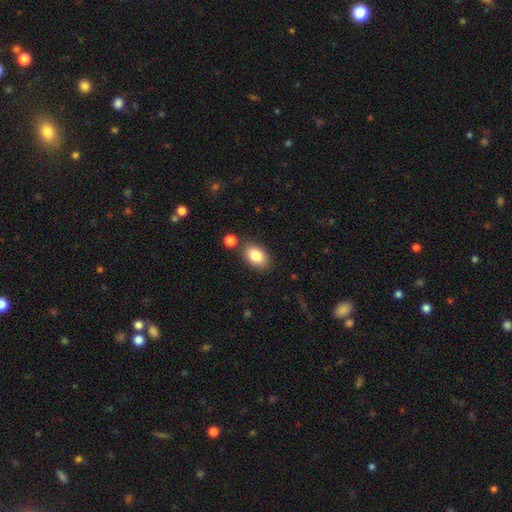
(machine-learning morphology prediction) This appears to be a smooth galaxy with no disk features (85%) that is in between round and cigar-shaped (86%). Merging: none (77%).